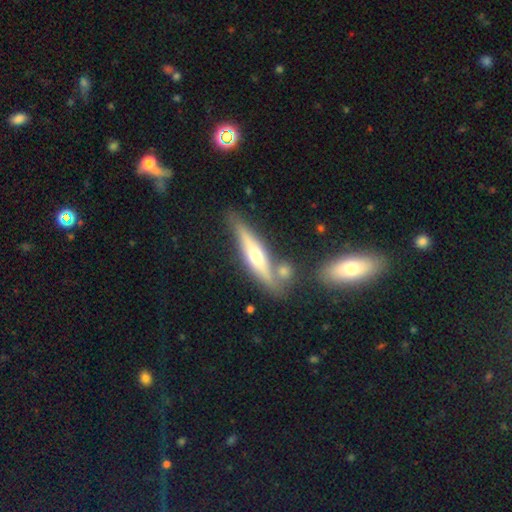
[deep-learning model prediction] Smooth or featured: featured or disk — 61% (smooth — 33%)
Edge-on disk: yes — 91% (no — 9%)
Edge-on bulge: rounded — 91% (none — 6%)
Merging: none — 69% (merger — 14%)